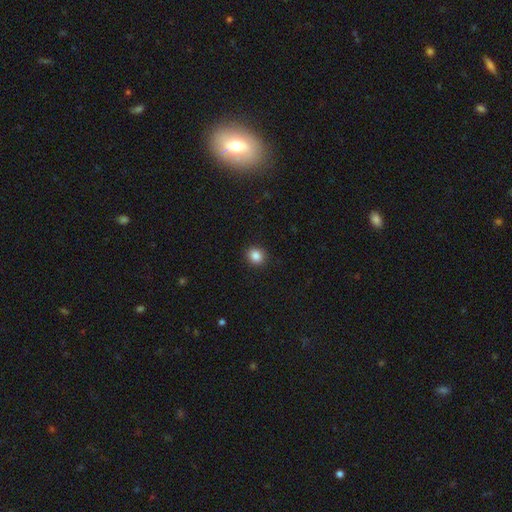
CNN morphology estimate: Smooth or featured? smooth (86%)
How rounded? round (84%)
Merging? none (92%)